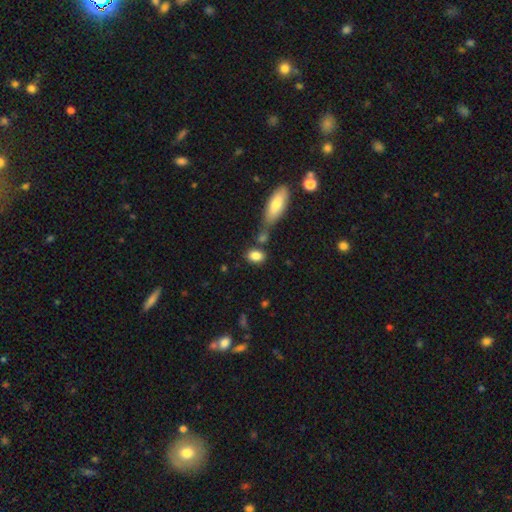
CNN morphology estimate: smooth 85%, star or artifact 8%, featured or disk 7%. Down the decision tree: how rounded — in between (82%); merging — none (66%).